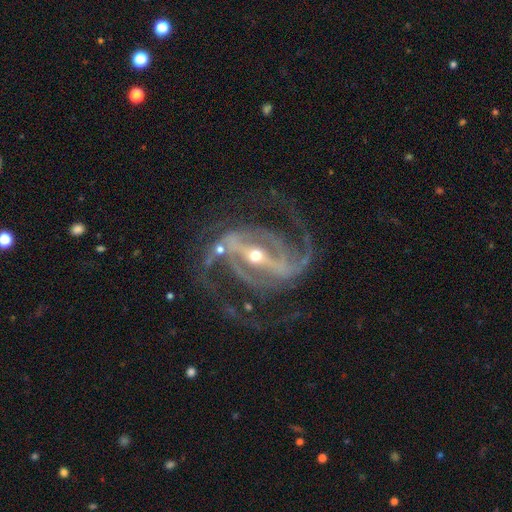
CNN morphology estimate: Smooth or featured?
  - featured or disk: 92% *
  - star or artifact: 5%
  - smooth: 3%
Edge-on disk?
  - no: 96% *
  - yes: 4%
Bar?
  - strong: 79% *
  - weak: 15%
  - no: 6%
Spiral arms?
  - yes: 97% *
  - no: 3%
Spiral winding?
  - medium: 53% *
  - loose: 25%
  - tight: 22%
Spiral arm count?
  - 2: 68% *
  - 3: 13%
  - can't tell: 7%
  - 4: 4%
  - 1: 4%
  - more than 4: 4%
Bulge size?
  - moderate: 52% *
  - small: 44%
  - large: 3%
  - dominant: 1%
  - none: 1%
Merging?
  - none: 59% *
  - major disturbance: 20%
  - minor disturbance: 17%
  - merger: 4%